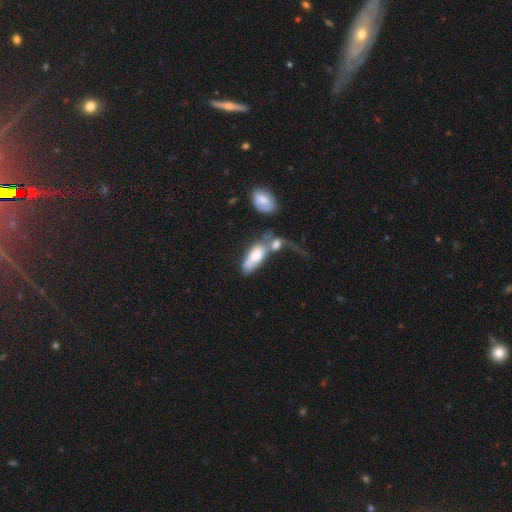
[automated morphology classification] This appears to be a smooth galaxy with no disk features (64%) that is in between round and cigar-shaped (80%). Merging: merger (57%).